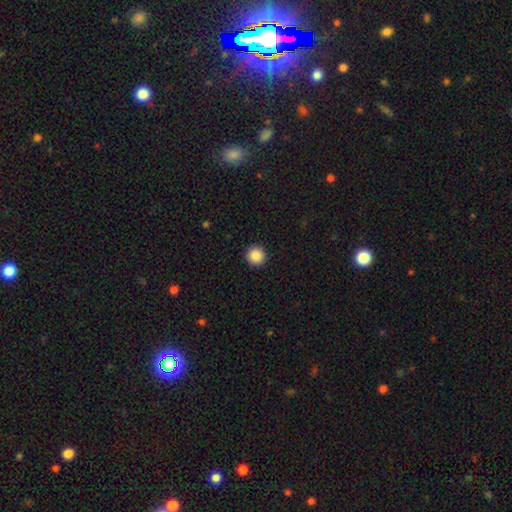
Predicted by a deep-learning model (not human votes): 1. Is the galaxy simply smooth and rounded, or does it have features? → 88% smooth, 9% star or artifact, 3% featured or disk.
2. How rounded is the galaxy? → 96% round, 3% in between, 1% cigar-shaped.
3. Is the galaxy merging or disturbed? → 93% none, 4% minor disturbance, 1% major disturbance, 1% merger.